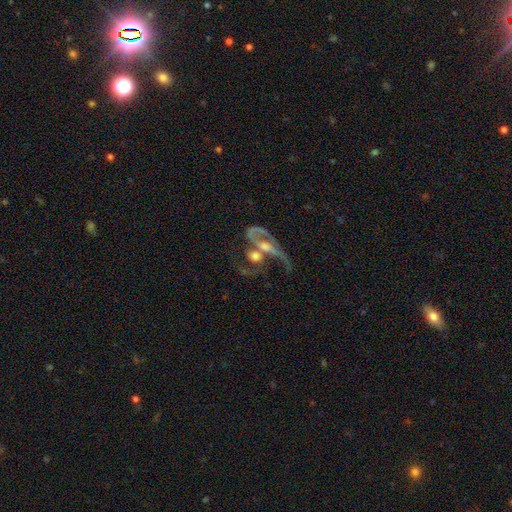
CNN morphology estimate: smooth_or_featured: featured or disk (p=0.71) [alt: smooth p=0.20]
disk_edge_on: no (p=0.95) [alt: yes p=0.05]
bar: no (p=0.62) [alt: weak p=0.27]
has_spiral_arms: yes (p=0.77) [alt: no p=0.23]
spiral_winding: loose (p=0.55) [alt: medium p=0.32]
spiral_arm_count: 2 (p=0.47) [alt: 1 p=0.34]
bulge_size: moderate (p=0.51) [alt: large p=0.20]
merging: merger (p=0.64) [alt: major disturbance p=0.17]